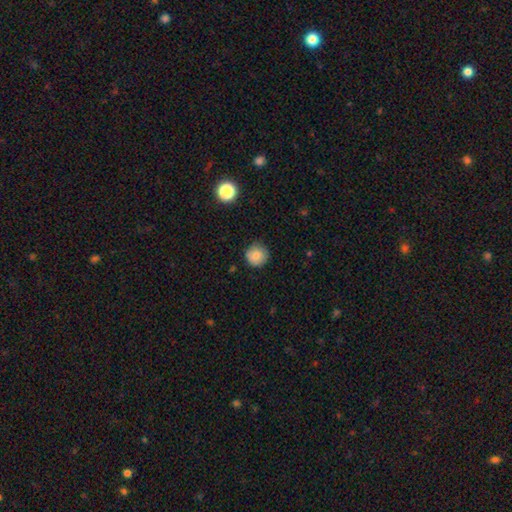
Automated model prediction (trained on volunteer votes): Smooth or featured? smooth (82%)
How rounded? round (95%)
Merging? none (84%)